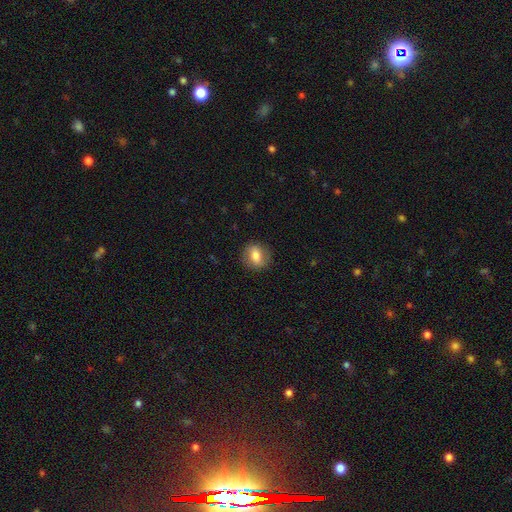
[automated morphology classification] Smooth or featured? Predicted: smooth (p=0.66). How rounded? Predicted: round (p=0.60). Merging? Predicted: none (p=0.83).